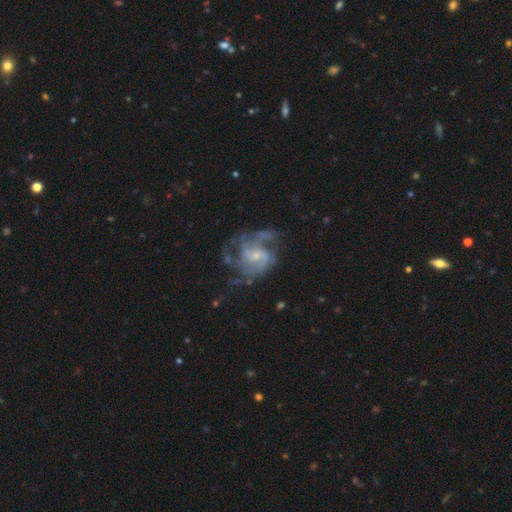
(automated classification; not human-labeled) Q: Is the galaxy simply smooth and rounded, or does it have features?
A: featured or disk — 85%.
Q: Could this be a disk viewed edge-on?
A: no — 98%.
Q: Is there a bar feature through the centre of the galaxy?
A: no — 50%.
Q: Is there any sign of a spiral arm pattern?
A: yes — 92%.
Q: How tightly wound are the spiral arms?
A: medium — 50%.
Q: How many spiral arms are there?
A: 2 — 31%.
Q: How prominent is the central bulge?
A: small — 58%.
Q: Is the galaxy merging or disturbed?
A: none — 53%.